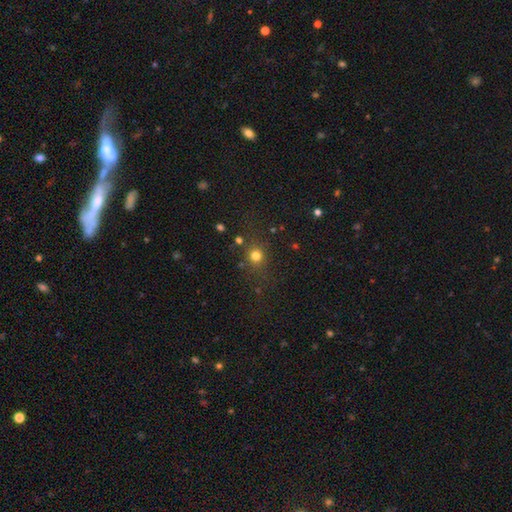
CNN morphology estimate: smooth 73%, star or artifact 19%, featured or disk 8%. Down the decision tree: how rounded — round (86%); merging — none (77%).